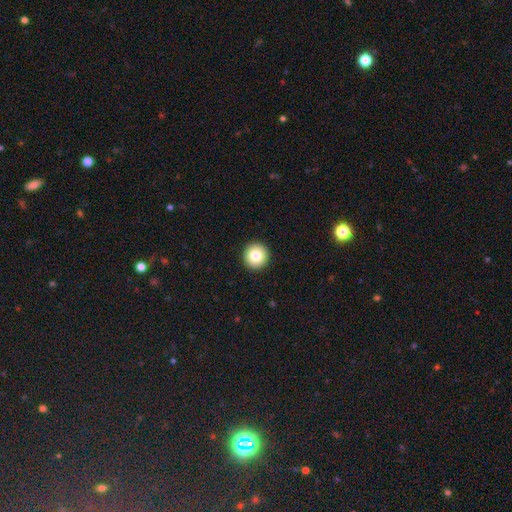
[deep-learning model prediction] smooth-or-featured: smooth: 82% | star or artifact: 9% | featured or disk: 9%
  how-rounded: round: 96% | in between: 3% | cigar-shaped: 1%
  merging: none: 94% | minor disturbance: 4% | major disturbance: 1% | merger: 1%